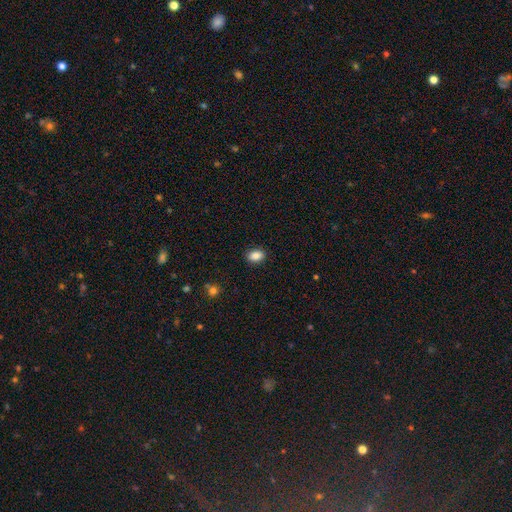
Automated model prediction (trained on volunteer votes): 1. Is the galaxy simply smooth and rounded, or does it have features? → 86% smooth, 9% star or artifact, 5% featured or disk.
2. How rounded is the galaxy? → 80% in between, 19% round, 1% cigar-shaped.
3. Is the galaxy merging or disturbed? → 89% none, 8% minor disturbance, 2% major disturbance, 1% merger.